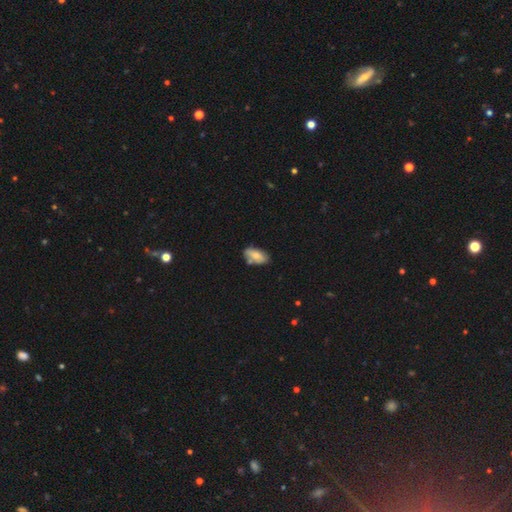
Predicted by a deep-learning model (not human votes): smooth-or-featured: smooth: 73% | featured or disk: 20% | star or artifact: 7%
  how-rounded: in between: 91% | cigar-shaped: 6% | round: 3%
  merging: none: 65% | minor disturbance: 22% | merger: 10% | major disturbance: 4%